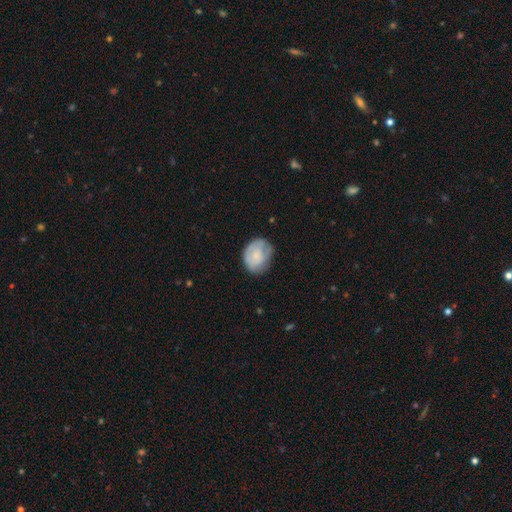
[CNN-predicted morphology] A smooth galaxy with no disk features (65%) that is in between round and cigar-shaped (56%).

Vote fractions:
- Smooth or featured? smooth: 65% / featured or disk: 28% / star or artifact: 7%
- How rounded? in between: 56% / round: 43% / cigar-shaped: 1%
- Merging? none: 61% / minor disturbance: 27% / major disturbance: 10% / merger: 1%